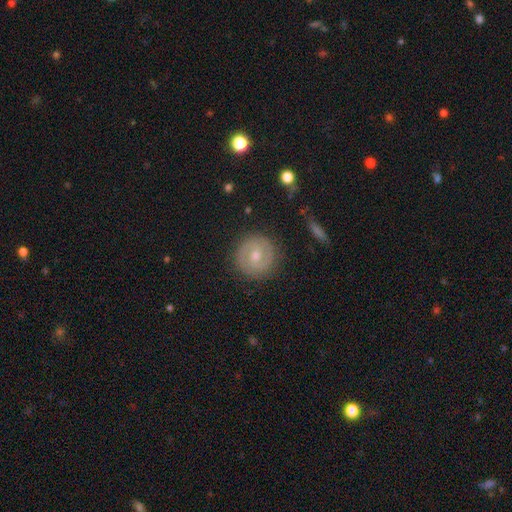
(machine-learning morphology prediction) Overall: featured or disk (69%). Edge-on disk: no (97%). Bar: weak (45%; no 41%). Spiral arms: yes (87%). Spiral arm count: 2 (86%). Spiral winding: tight (55%; medium 36%). Bulge size: moderate (52%; small 44%). Merging: none (88%).